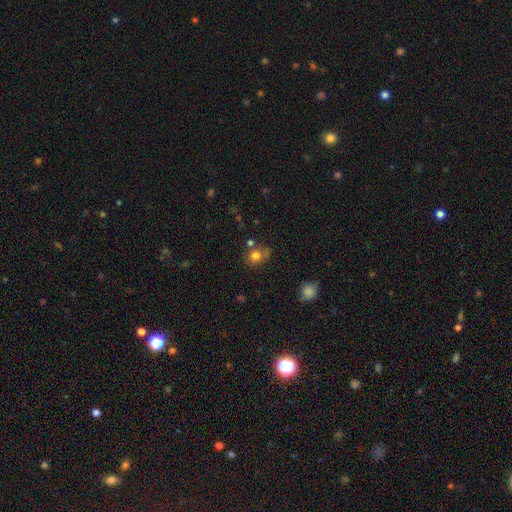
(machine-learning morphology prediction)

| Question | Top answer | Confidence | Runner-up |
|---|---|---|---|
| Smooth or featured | smooth | 78% | star or artifact (13%) |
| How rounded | round | 81% | in between (18%) |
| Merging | none | 64% | merger (16%) |